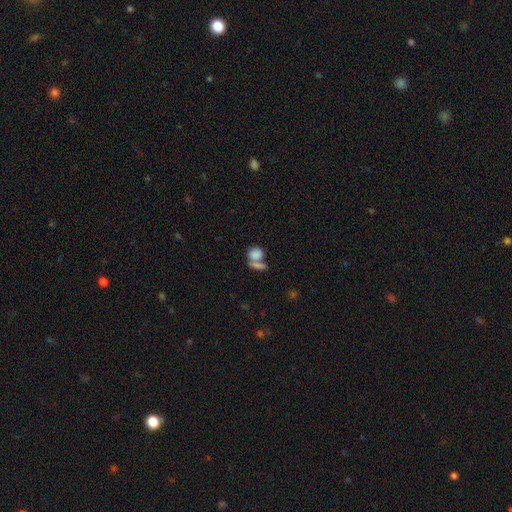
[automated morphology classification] Smooth or featured?
  - smooth: 80% *
  - featured or disk: 10%
  - star or artifact: 9%
How rounded?
  - round: 51% *
  - in between: 45%
  - cigar-shaped: 5%
Merging?
  - merger: 48% *
  - none: 36%
  - minor disturbance: 9%
  - major disturbance: 6%